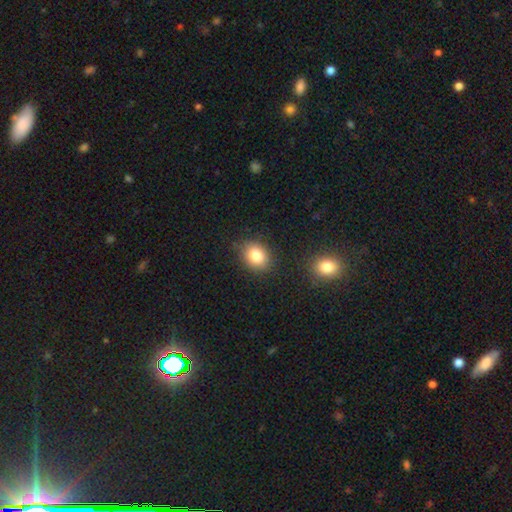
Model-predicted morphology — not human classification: A smooth galaxy with no disk features (82%) that is in between round and cigar-shaped (56%).

Vote fractions:
- Smooth or featured? smooth: 82% / star or artifact: 10% / featured or disk: 7%
- How rounded? in between: 56% / round: 43% / cigar-shaped: 1%
- Merging? none: 83% / minor disturbance: 12% / major disturbance: 3% / merger: 3%